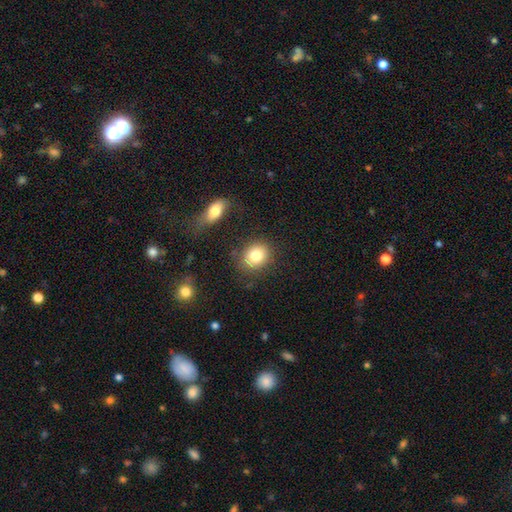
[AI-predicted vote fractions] Smooth or featured?
  - smooth: 81% *
  - featured or disk: 10%
  - star or artifact: 9%
How rounded?
  - round: 62% *
  - in between: 37%
  - cigar-shaped: 1%
Merging?
  - none: 81% *
  - minor disturbance: 11%
  - merger: 4%
  - major disturbance: 4%